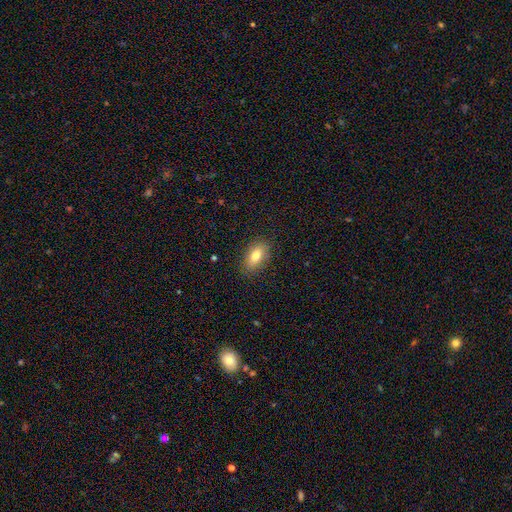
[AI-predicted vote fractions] Smooth or featured?
  - smooth: 78% *
  - featured or disk: 14%
  - star or artifact: 9%
How rounded?
  - in between: 86% *
  - round: 7%
  - cigar-shaped: 6%
Merging?
  - none: 86% *
  - minor disturbance: 10%
  - major disturbance: 3%
  - merger: 1%